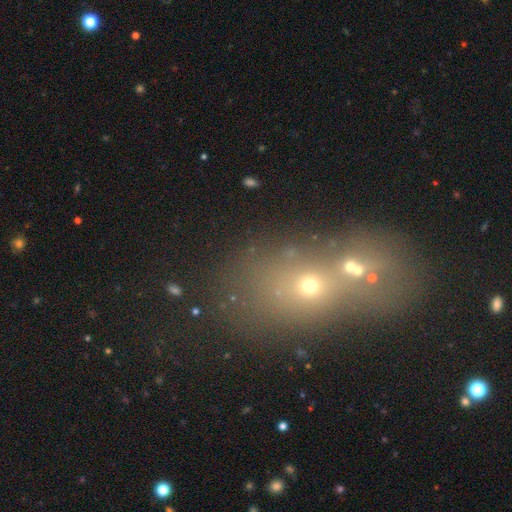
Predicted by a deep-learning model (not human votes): This appears to be a smooth galaxy with no disk features (42%). Merging: merger (50%).